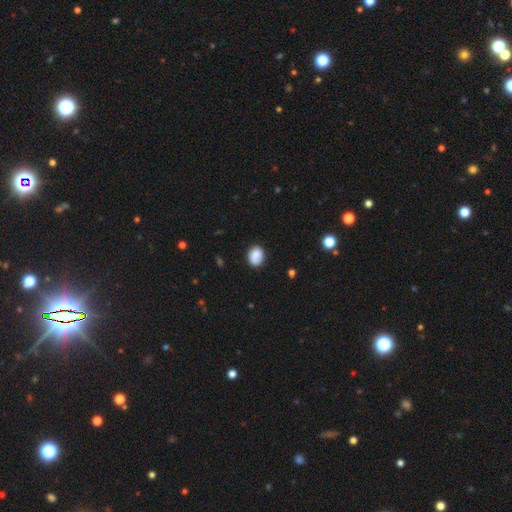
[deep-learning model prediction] Smooth or featured? smooth (83%)
How rounded? in between (51%)
Merging? none (77%)